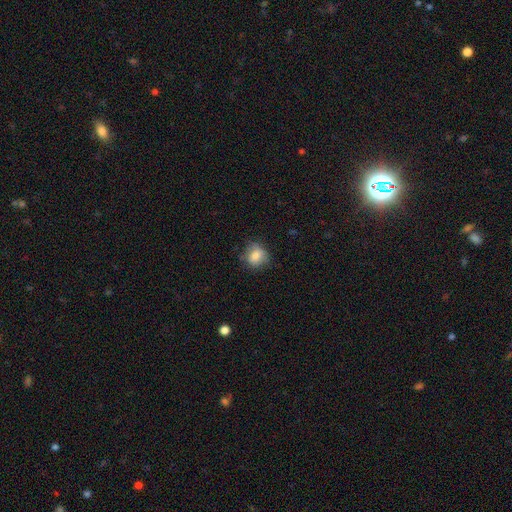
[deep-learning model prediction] Morphology: type=smooth (80%); roundness=round (72%); merging=none (72%).